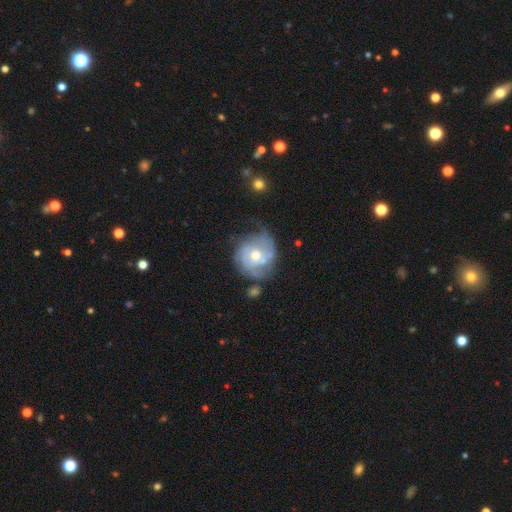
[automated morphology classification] Smooth or featured? featured or disk (68%)
Edge-on disk? no (97%)
Bar? no (77%)
Spiral arms? yes (78%)
Spiral winding? tight (49%)
Spiral arm count? can't tell (42%)
Bulge size? moderate (63%)
Merging? none (51%)